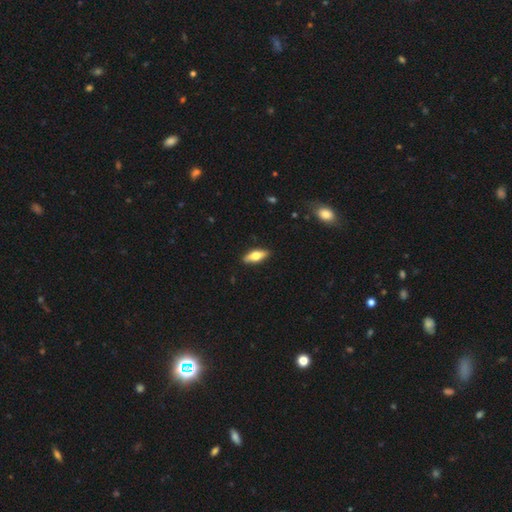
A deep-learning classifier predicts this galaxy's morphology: A smooth galaxy with no disk features (58%) that is in between round and cigar-shaped (67%). Merging: none (89%).